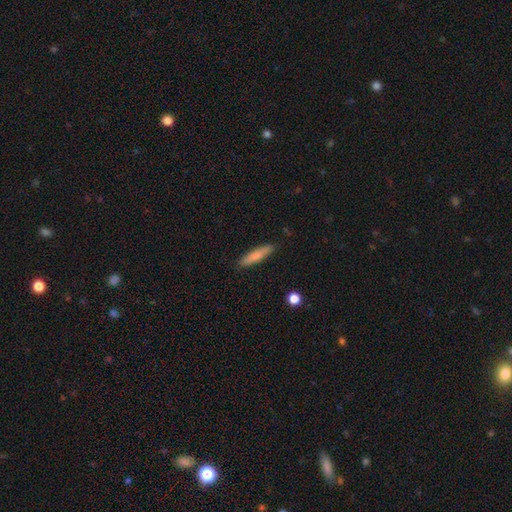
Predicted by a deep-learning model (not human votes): This is clearly a smooth galaxy (80%). How rounded: clearly cigar-shaped (84%). Merging: clearly none (88%).